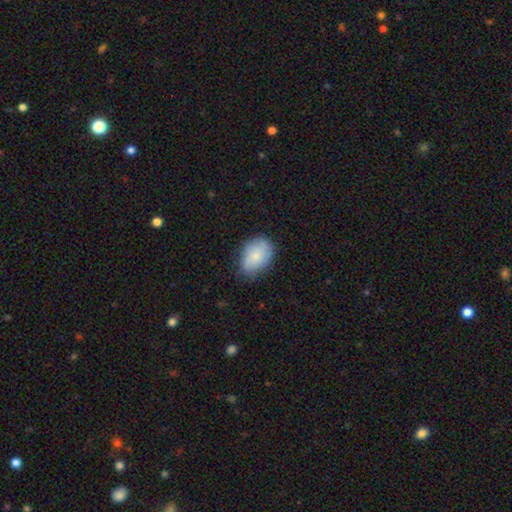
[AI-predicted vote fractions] smooth-or-featured: smooth: 76% | featured or disk: 17% | star or artifact: 7%
  how-rounded: in between: 80% | round: 19% | cigar-shaped: 1%
  merging: none: 71% | minor disturbance: 22% | major disturbance: 5% | merger: 1%